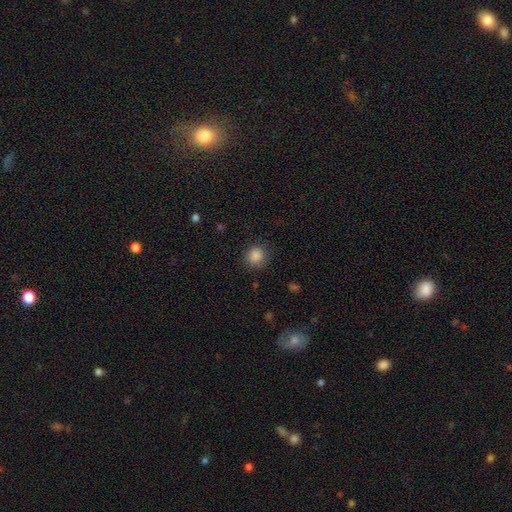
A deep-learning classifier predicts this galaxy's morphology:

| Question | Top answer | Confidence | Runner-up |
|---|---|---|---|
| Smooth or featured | smooth | 86% | star or artifact (10%) |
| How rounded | round | 89% | in between (10%) |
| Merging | none | 85% | minor disturbance (10%) |